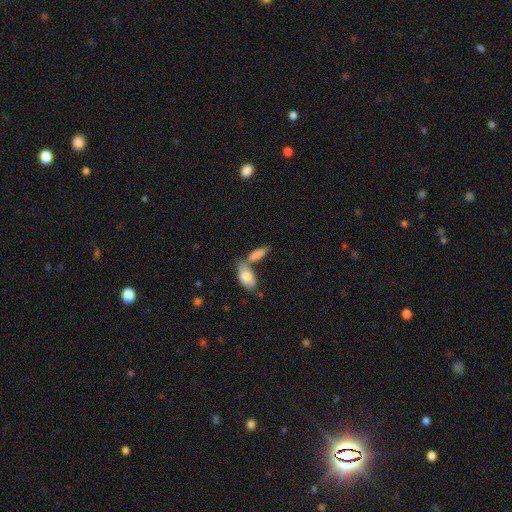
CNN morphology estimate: Overall: smooth (65%). How rounded: in between (68%). Merging: none (43%; merger 40%).